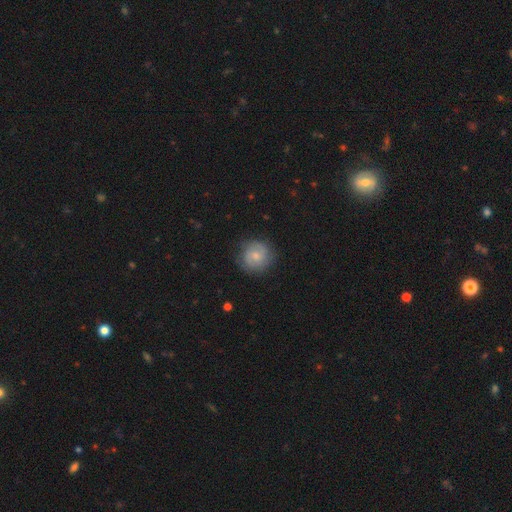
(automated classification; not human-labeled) smooth-or-featured: smooth: 51% | featured or disk: 41% | star or artifact: 7%
  how-rounded: round: 89% | in between: 10% | cigar-shaped: 1%
  merging: none: 80% | minor disturbance: 14% | major disturbance: 4% | merger: 1%